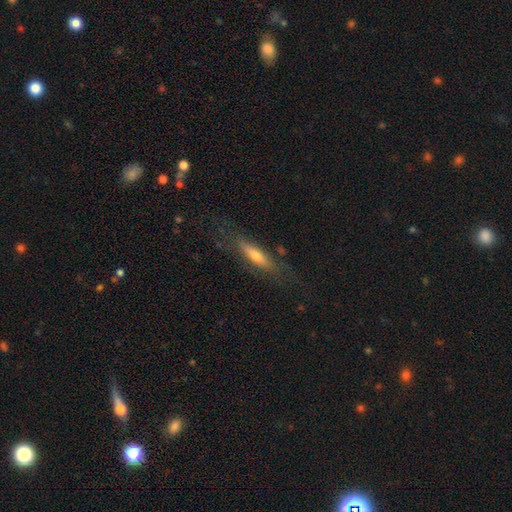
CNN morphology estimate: Q: Smooth or featured?
A: featured or disk (49%); runner-up: smooth (43%)
Q: Merging?
A: none (71%); runner-up: minor disturbance (18%)